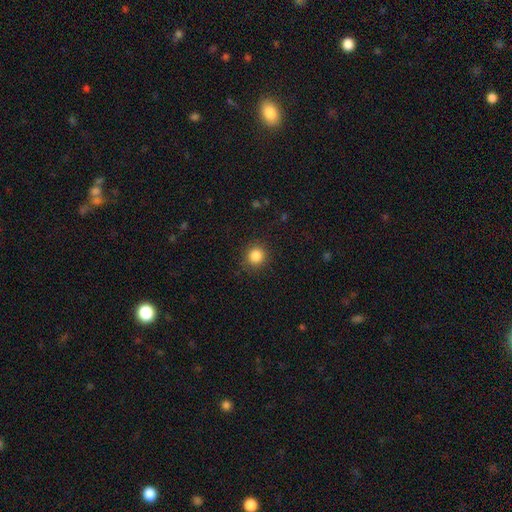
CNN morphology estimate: The model was most divided on "smooth or featured": smooth: 85%, star or artifact: 11%, featured or disk: 4%. More confident: how rounded — round (91%); merging — none (89%).